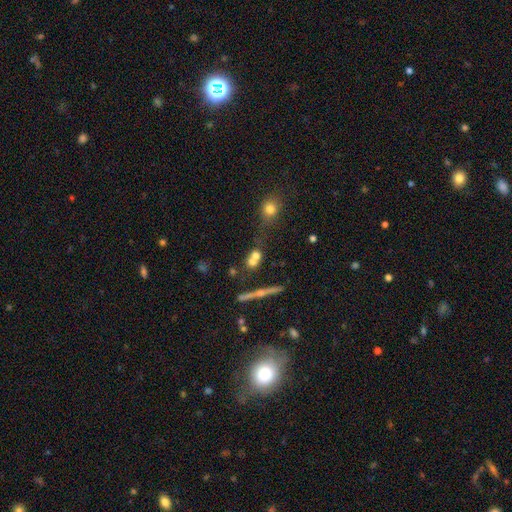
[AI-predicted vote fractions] Smooth or featured? smooth (59%)
How rounded? round (70%)
Merging? merger (45%)